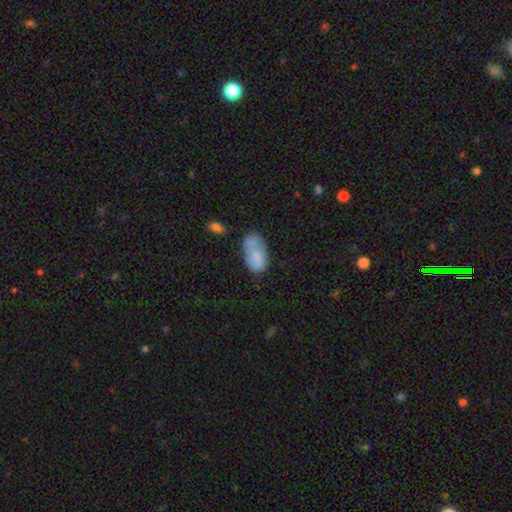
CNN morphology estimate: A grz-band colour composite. It shows a smooth galaxy with no disk features (75%) that is in between round and cigar-shaped (93%). Merging: none (44%).